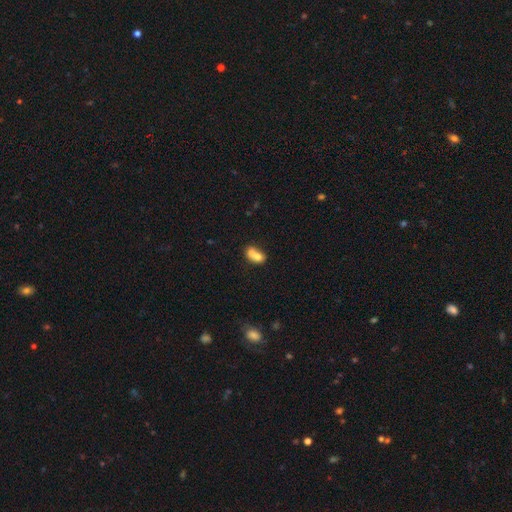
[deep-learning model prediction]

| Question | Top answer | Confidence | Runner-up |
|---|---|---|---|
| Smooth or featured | smooth | 69% | featured or disk (21%) |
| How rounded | in between | 66% | round (32%) |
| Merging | merger | 65% | none (21%) |